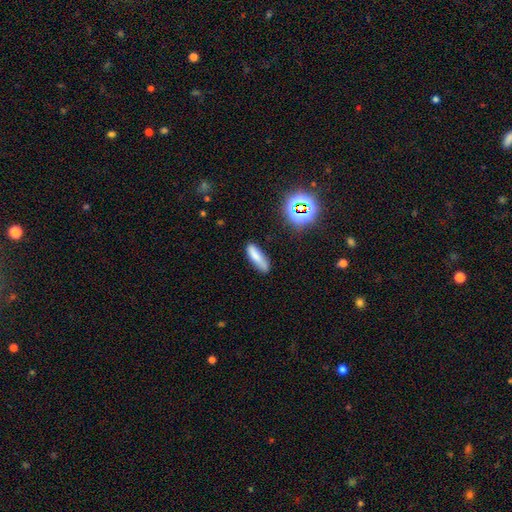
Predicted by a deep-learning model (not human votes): This appears to be a smooth galaxy with no disk features (77%) that is cigar-shaped (61%). Merging: none (72%).